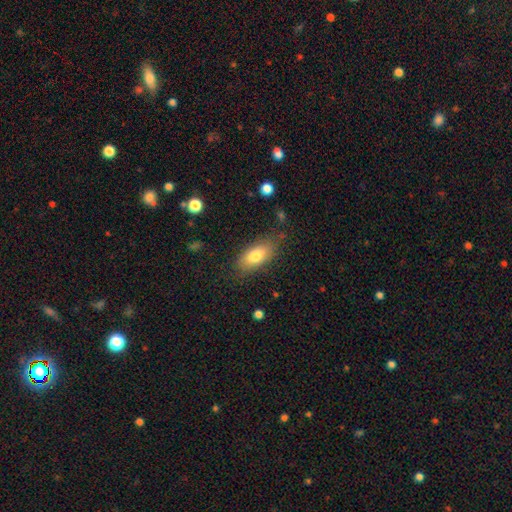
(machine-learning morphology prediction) Smooth or featured: smooth — 77% (featured or disk — 16%)
How rounded: in between — 85% (cigar-shaped — 11%)
Merging: none — 77% (minor disturbance — 16%)